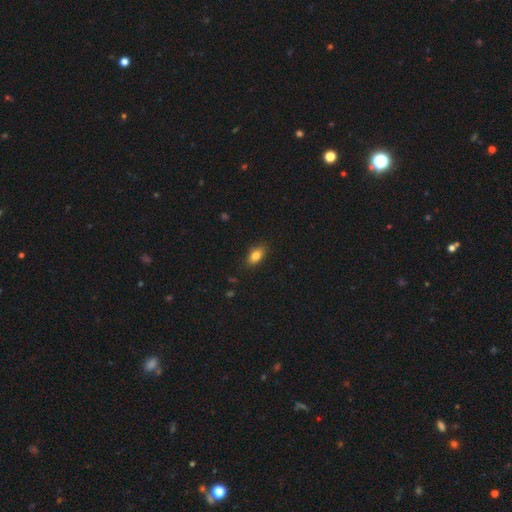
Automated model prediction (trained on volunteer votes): smooth-or-featured: smooth: 84% | star or artifact: 9% | featured or disk: 8%
  how-rounded: in between: 87% | round: 8% | cigar-shaped: 5%
  merging: none: 85% | minor disturbance: 12% | major disturbance: 2% | merger: 1%